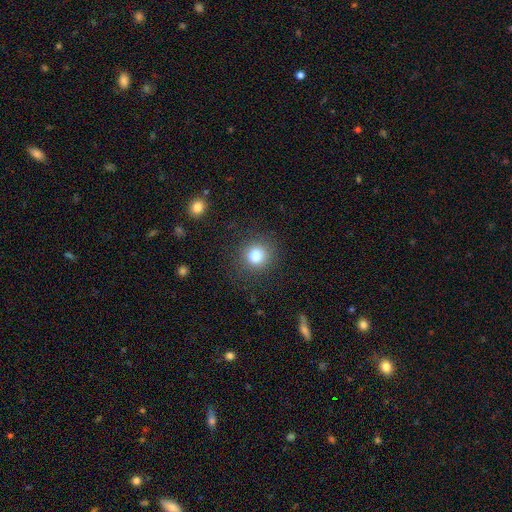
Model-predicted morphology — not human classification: type=smooth (81%); roundness=round (89%); merging=none (87%).